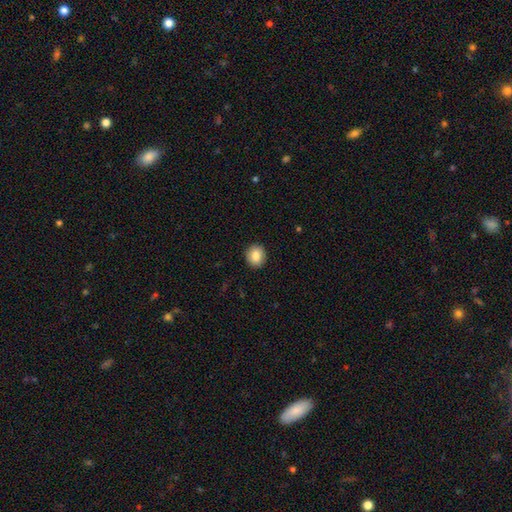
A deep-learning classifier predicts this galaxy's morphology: A smooth galaxy with no disk features (84%) that is round (78%).

Vote fractions:
- Smooth or featured? smooth: 84% / star or artifact: 8% / featured or disk: 7%
- How rounded? round: 78% / in between: 21% / cigar-shaped: 1%
- Merging? none: 91% / minor disturbance: 6% / major disturbance: 2% / merger: 1%